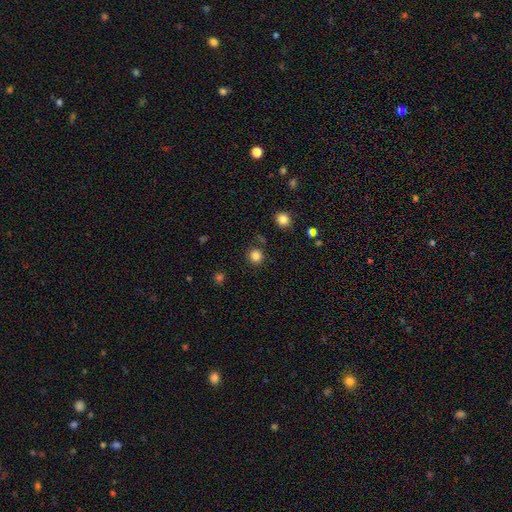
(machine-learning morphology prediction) This appears to be a smooth galaxy with no disk features (83%) that is round (93%). Merging: none (86%).